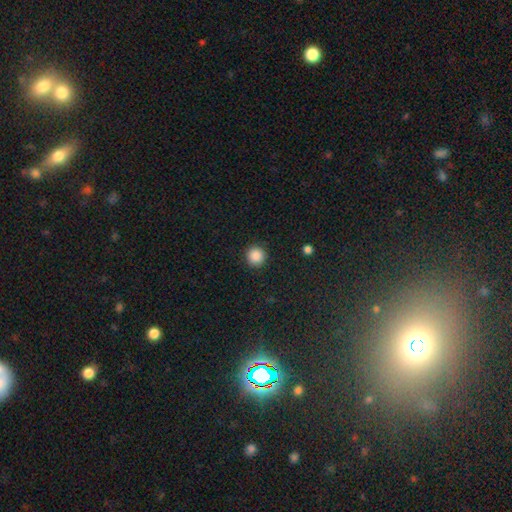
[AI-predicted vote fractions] The model was most divided on "smooth or featured": smooth: 87%, star or artifact: 10%, featured or disk: 3%. More confident: how rounded — round (94%); merging — none (92%).